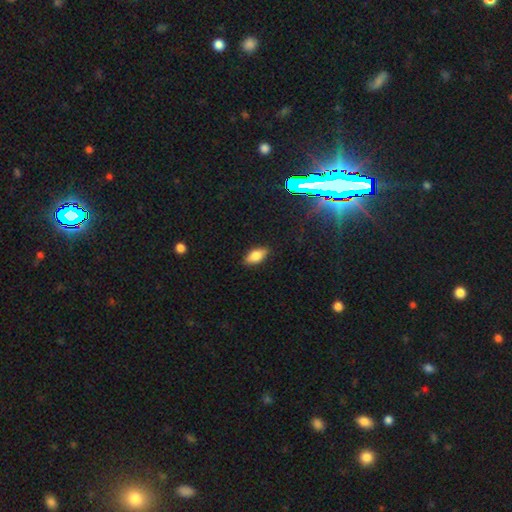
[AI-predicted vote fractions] Smooth or featured? smooth (74%)
How rounded? in between (86%)
Merging? none (87%)